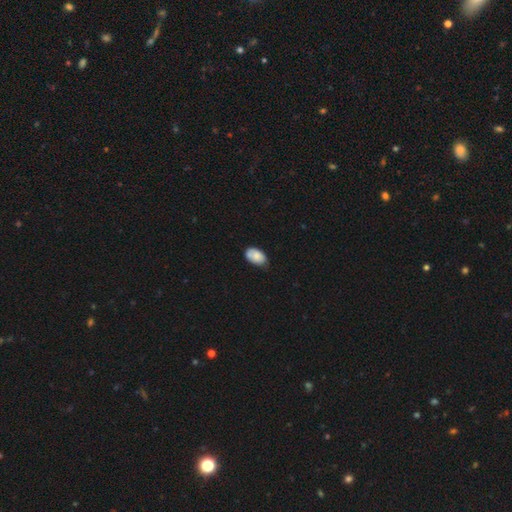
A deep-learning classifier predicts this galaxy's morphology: A smooth galaxy with no disk features (78%) that is in between round and cigar-shaped (93%).

Vote fractions:
- Smooth or featured? smooth: 78% / featured or disk: 15% / star or artifact: 7%
- How rounded? in between: 93% / round: 6% / cigar-shaped: 1%
- Merging? none: 62% / minor disturbance: 29% / major disturbance: 5% / merger: 4%